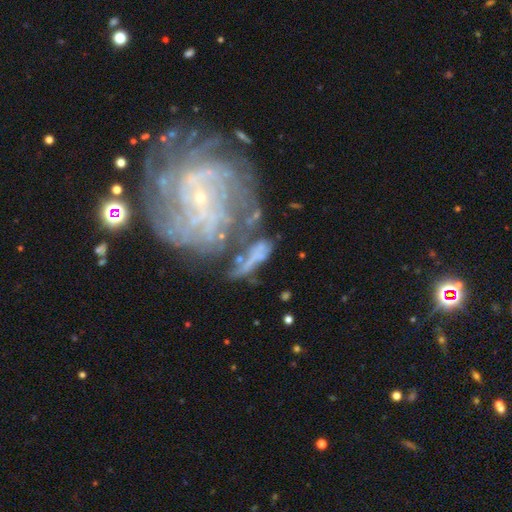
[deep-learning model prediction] smooth-or-featured: featured or disk: 66% | smooth: 22% | star or artifact: 13%
  disk-edge-on: no: 90% | yes: 10%
    bar: no: 66% | weak: 21% | strong: 13%
    has-spiral-arms: yes: 67% | no: 33%
    bulge-size: small: 61% | none: 19% | moderate: 15% | large: 3% | dominant: 2%
  merging: none: 35% | merger: 23% | major disturbance: 23% | minor disturbance: 19%